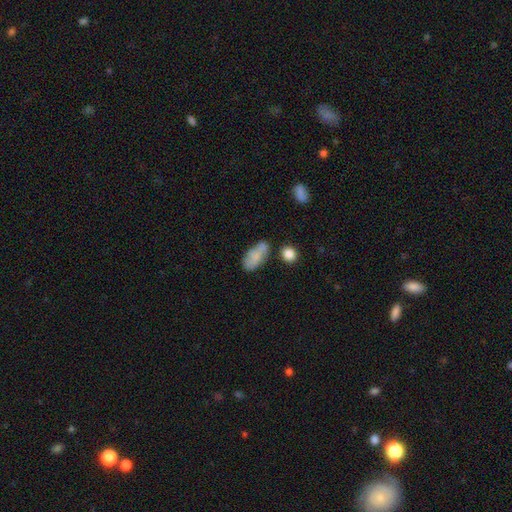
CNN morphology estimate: type=smooth (73%); roundness=in between (89%); merging=none (44%).